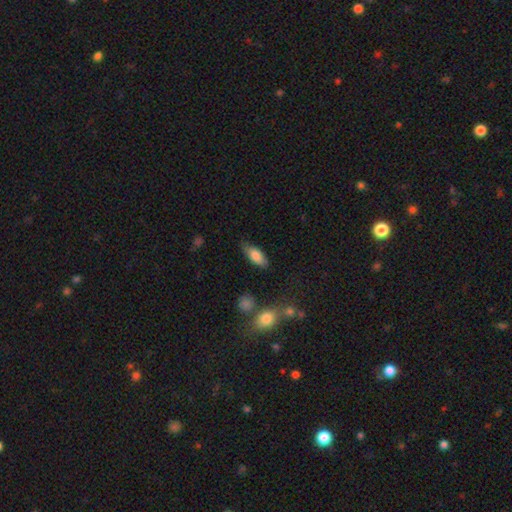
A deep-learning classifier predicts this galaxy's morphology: Smooth or featured?
  - smooth: 79% *
  - featured or disk: 14%
  - star or artifact: 7%
How rounded?
  - in between: 80% *
  - cigar-shaped: 17%
  - round: 3%
Merging?
  - none: 74% *
  - minor disturbance: 19%
  - major disturbance: 4%
  - merger: 2%